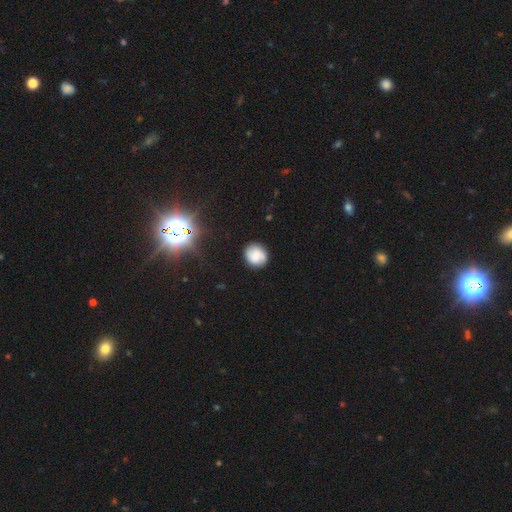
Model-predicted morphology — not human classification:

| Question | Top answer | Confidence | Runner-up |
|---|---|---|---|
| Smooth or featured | smooth | 66% | featured or disk (23%) |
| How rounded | round | 78% | in between (20%) |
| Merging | none | 82% | minor disturbance (13%) |